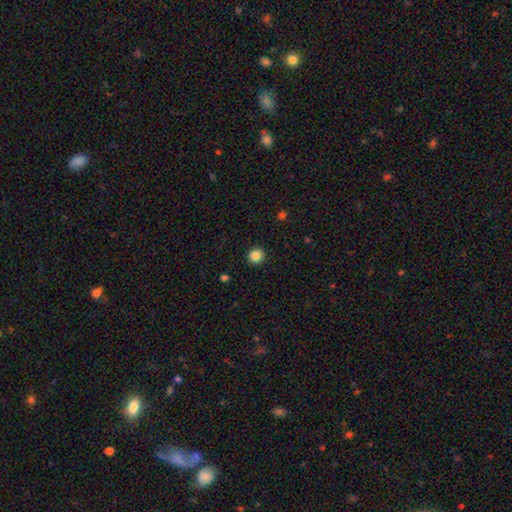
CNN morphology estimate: smooth-or-featured: smooth: 85% | star or artifact: 10% | featured or disk: 4%
  how-rounded: round: 93% | in between: 6% | cigar-shaped: 1%
  merging: none: 93% | minor disturbance: 5% | major disturbance: 2% | merger: 1%